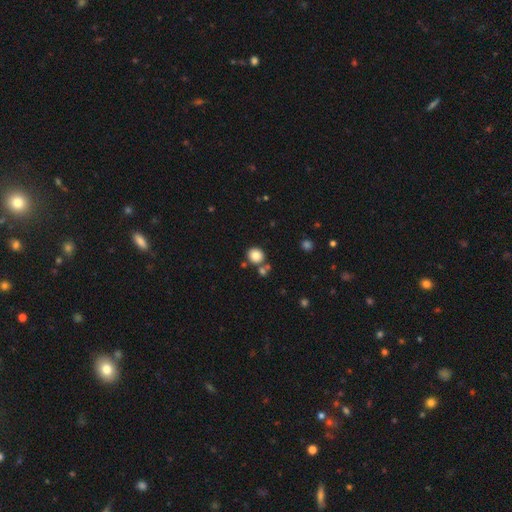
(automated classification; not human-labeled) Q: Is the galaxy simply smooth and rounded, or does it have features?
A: smooth — 83%.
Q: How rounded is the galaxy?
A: round — 81%.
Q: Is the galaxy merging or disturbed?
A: none — 74%.